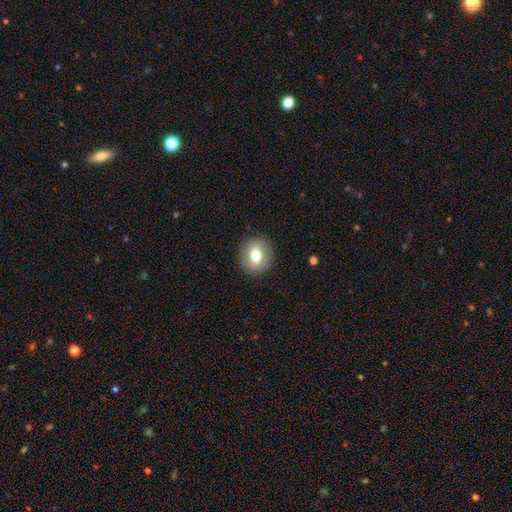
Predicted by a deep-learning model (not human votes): Smooth or featured? smooth (70%)
How rounded? round (69%)
Merging? none (89%)